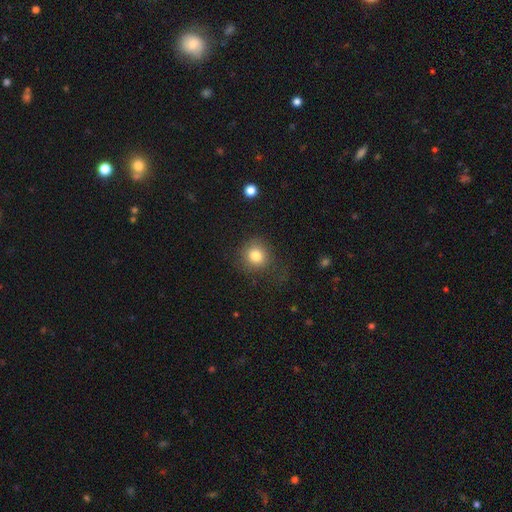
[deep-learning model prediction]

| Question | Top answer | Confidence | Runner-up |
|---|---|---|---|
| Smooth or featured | smooth | 81% | star or artifact (11%) |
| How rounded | round | 87% | in between (12%) |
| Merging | none | 74% | minor disturbance (15%) |